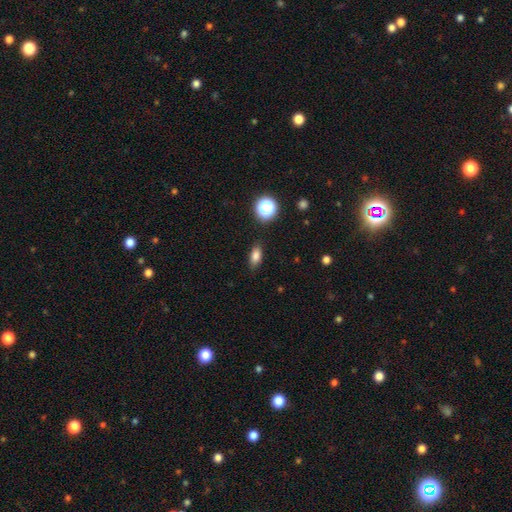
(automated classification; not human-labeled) Smooth or featured: smooth — 81% (star or artifact — 12%)
How rounded: in between — 79% (round — 11%)
Merging: none — 86% (minor disturbance — 10%)